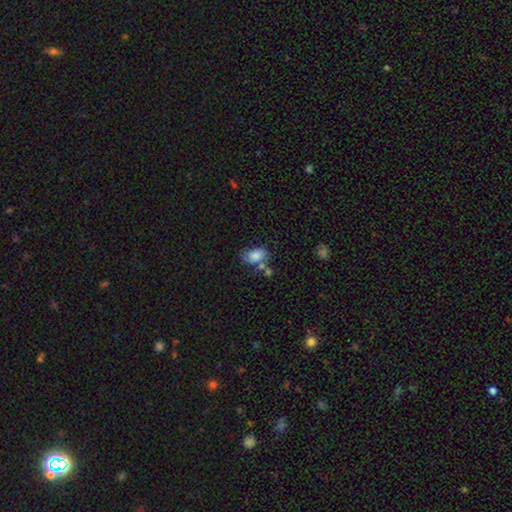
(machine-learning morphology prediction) Smooth or featured: smooth — 77% (featured or disk — 14%)
How rounded: in between — 87% (round — 12%)
Merging: none — 45% (minor disturbance — 25%)